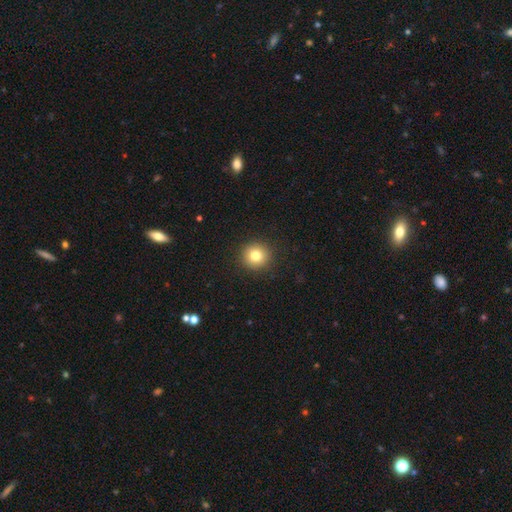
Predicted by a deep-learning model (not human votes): The model was most divided on "smooth or featured": smooth: 80%, star or artifact: 11%, featured or disk: 8%. More confident: how rounded — round (93%); merging — none (92%).